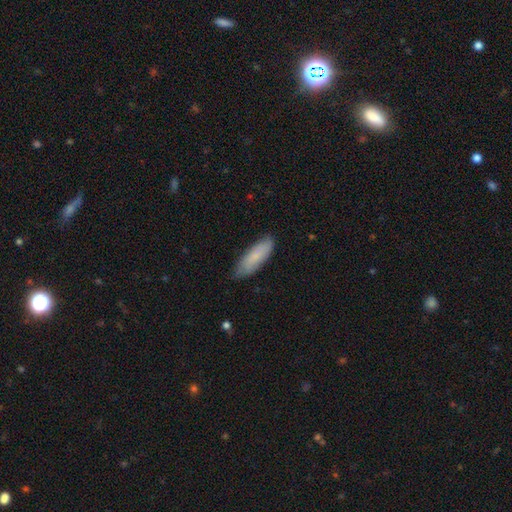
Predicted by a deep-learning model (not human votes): A smooth galaxy with no disk features (79%) that is in between round and cigar-shaped (52%).

Vote fractions:
- Smooth or featured? smooth: 79% / featured or disk: 15% / star or artifact: 6%
- How rounded? in between: 52% / cigar-shaped: 47% / round: 1%
- Merging? none: 81% / minor disturbance: 15% / major disturbance: 2% / merger: 1%